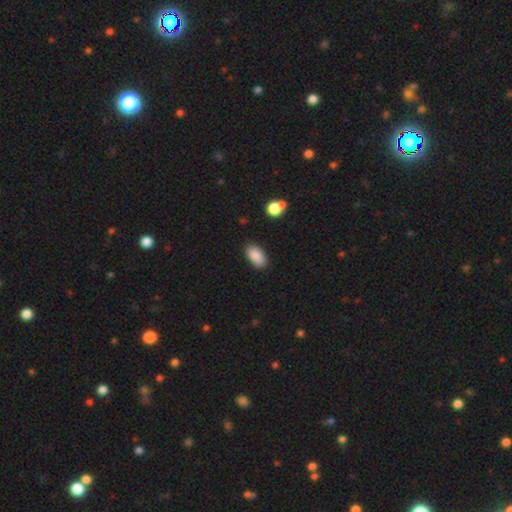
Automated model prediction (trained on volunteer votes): Smooth or featured: smooth — 89% (star or artifact — 7%)
How rounded: in between — 93% (cigar-shaped — 4%)
Merging: none — 86% (minor disturbance — 10%)